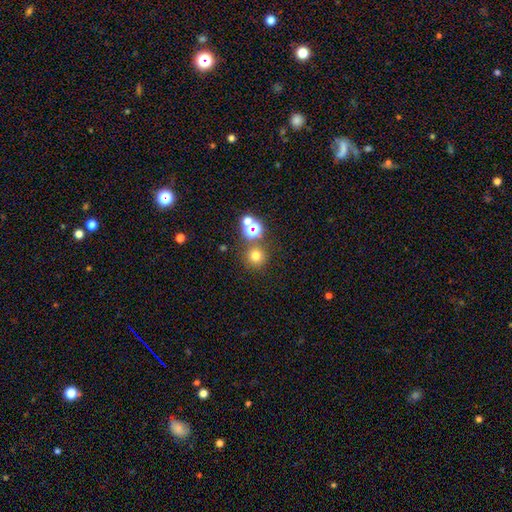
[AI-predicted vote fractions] Smooth or featured: smooth — 71% (star or artifact — 22%)
How rounded: round — 94% (in between — 5%)
Merging: none — 76% (merger — 12%)